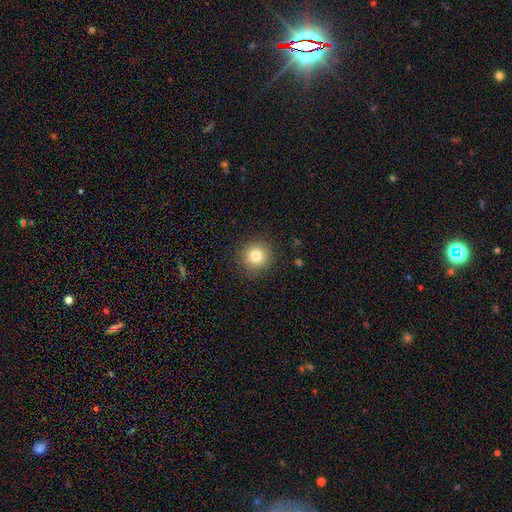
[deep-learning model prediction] smooth-or-featured: smooth: 80% | star or artifact: 11% | featured or disk: 8%
  how-rounded: round: 93% | in between: 6% | cigar-shaped: 1%
  merging: none: 89% | minor disturbance: 7% | major disturbance: 2% | merger: 1%